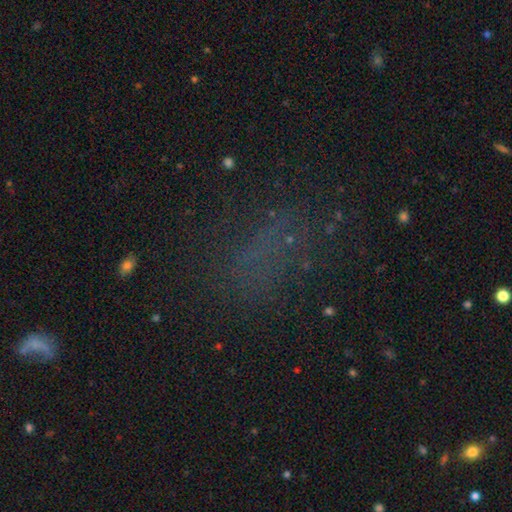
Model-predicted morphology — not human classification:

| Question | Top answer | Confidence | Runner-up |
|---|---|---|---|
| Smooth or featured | star or artifact | 45% | smooth (37%) |